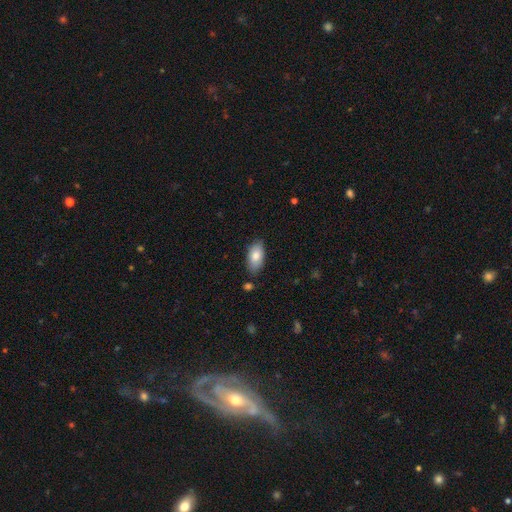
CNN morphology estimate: type=smooth (81%); roundness=in between (93%); merging=none (81%).